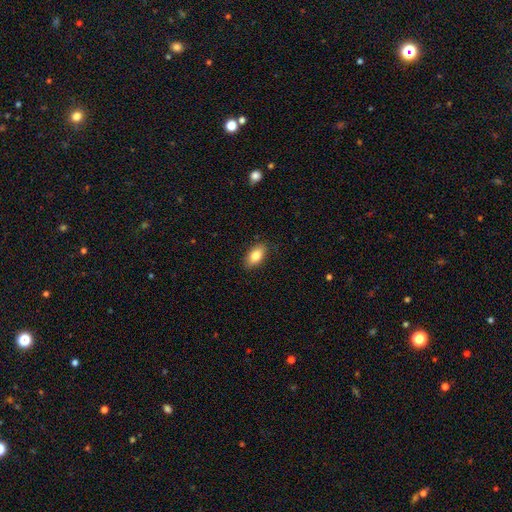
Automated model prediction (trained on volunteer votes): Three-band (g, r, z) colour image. It shows a smooth galaxy with no disk features (83%) that is in between round and cigar-shaped (91%). Merging: none (87%).